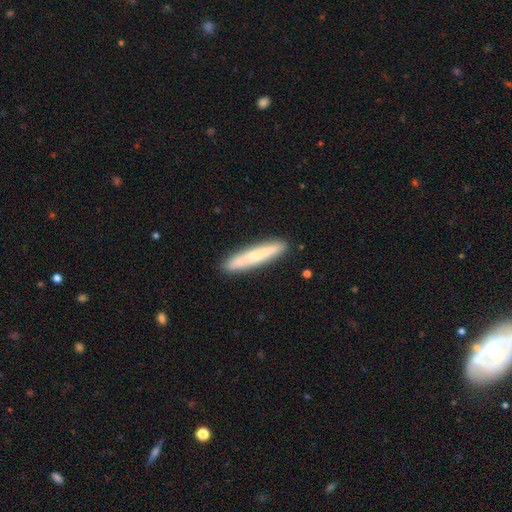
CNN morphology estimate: type=smooth (60%); roundness=cigar-shaped (93%); merging=none (88%).